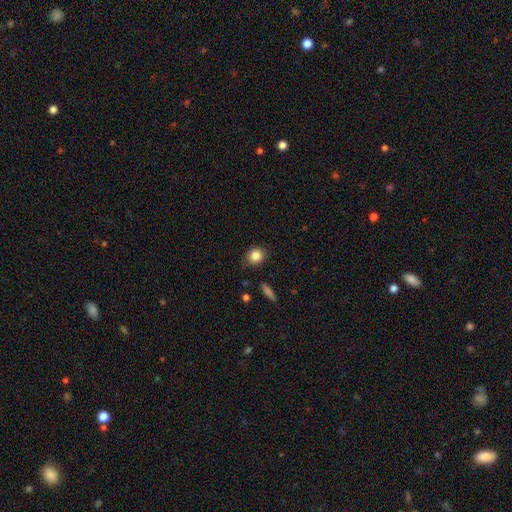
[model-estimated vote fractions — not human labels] Overall: smooth (84%). How rounded: round (77%). Merging: none (82%).